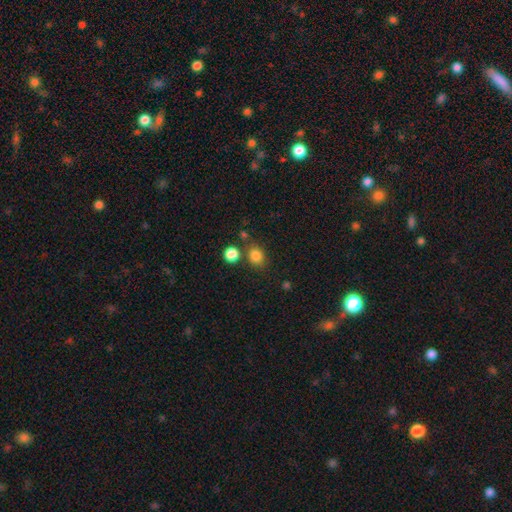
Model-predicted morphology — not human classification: Smooth or featured? Predicted: smooth (p=0.83). How rounded? Predicted: round (p=0.69). Merging? Predicted: none (p=0.72).